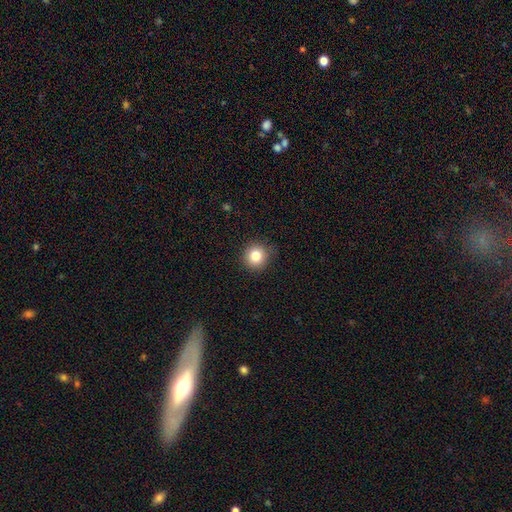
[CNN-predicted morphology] Overall: smooth (82%). How rounded: round (92%). Merging: none (87%).